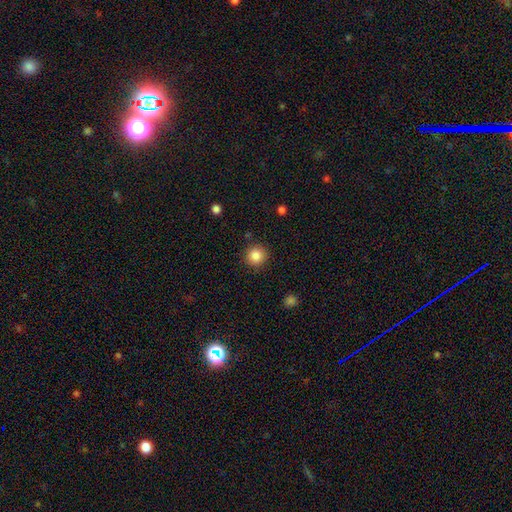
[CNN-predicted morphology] smooth-or-featured: smooth: 85% | star or artifact: 10% | featured or disk: 4%
  how-rounded: round: 94% | in between: 5% | cigar-shaped: 1%
  merging: none: 89% | minor disturbance: 7% | major disturbance: 2% | merger: 2%